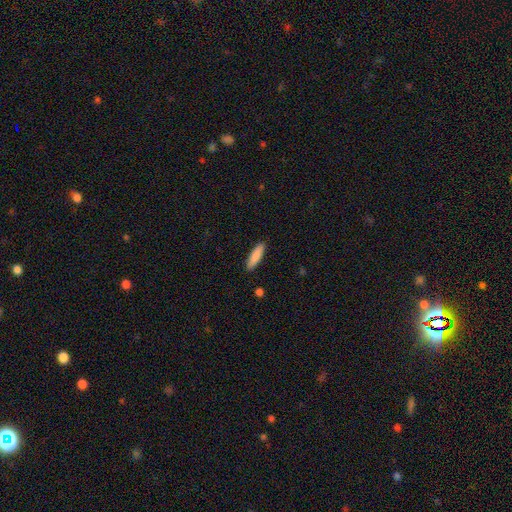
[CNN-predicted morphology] smooth_or_featured: smooth (p=0.86) [alt: featured or disk p=0.08]
how_rounded: cigar-shaped (p=0.70) [alt: in between p=0.28]
merging: none (p=0.90) [alt: minor disturbance p=0.07]